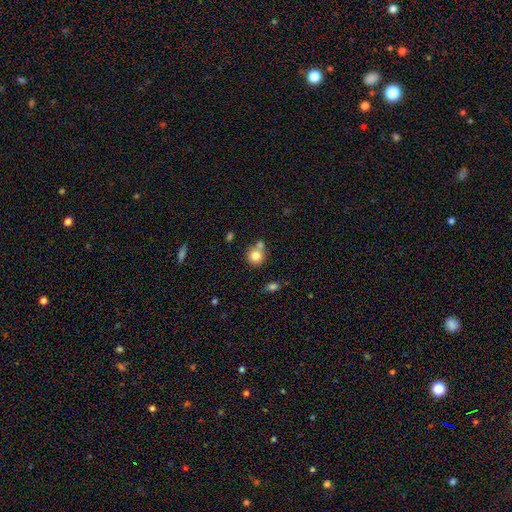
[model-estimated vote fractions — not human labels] Smooth or featured: smooth — 79% (featured or disk — 11%)
How rounded: round — 87% (in between — 12%)
Merging: none — 54% (merger — 32%)